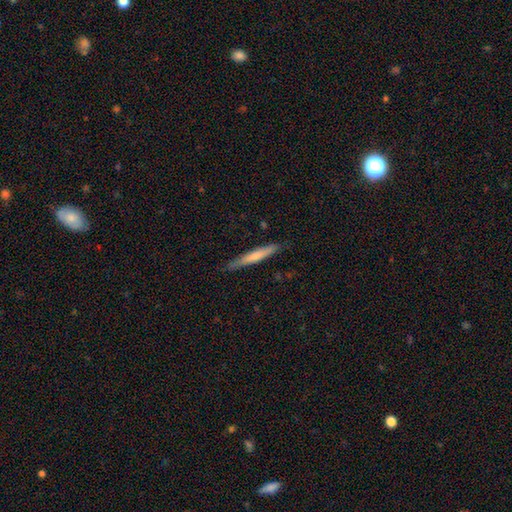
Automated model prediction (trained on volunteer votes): Smooth or featured?
  - smooth: 62% *
  - featured or disk: 32%
  - star or artifact: 5%
How rounded?
  - cigar-shaped: 95% *
  - in between: 4%
  - round: 1%
Merging?
  - none: 86% *
  - minor disturbance: 11%
  - major disturbance: 2%
  - merger: 1%